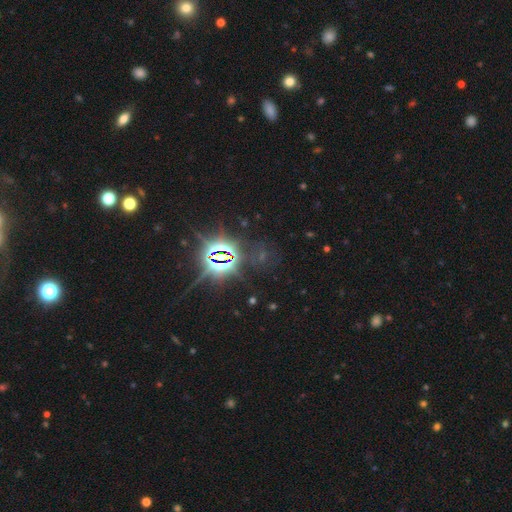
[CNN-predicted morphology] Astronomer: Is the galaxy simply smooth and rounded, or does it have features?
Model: star or artifact — 82%.